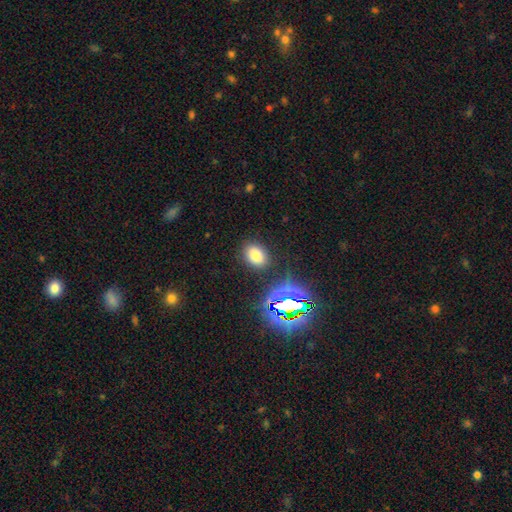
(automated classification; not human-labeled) Smooth or featured?
  - smooth: 73% *
  - star or artifact: 19%
  - featured or disk: 8%
How rounded?
  - in between: 75% *
  - round: 24%
  - cigar-shaped: 1%
Merging?
  - none: 85% *
  - minor disturbance: 9%
  - major disturbance: 3%
  - merger: 2%